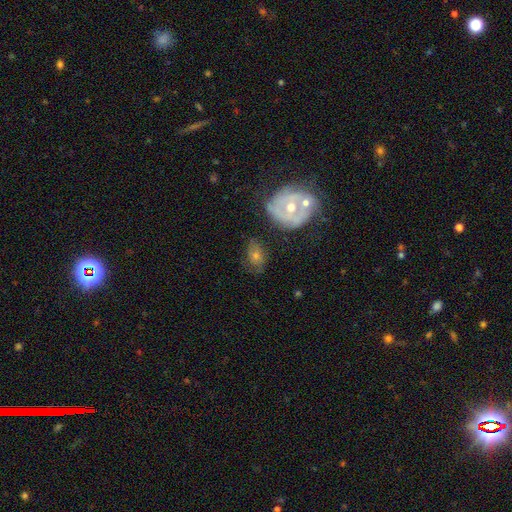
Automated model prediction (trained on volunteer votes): Q: Smooth or featured?
A: smooth (45%); runner-up: featured or disk (44%)
Q: Merging?
A: none (54%); runner-up: minor disturbance (25%)